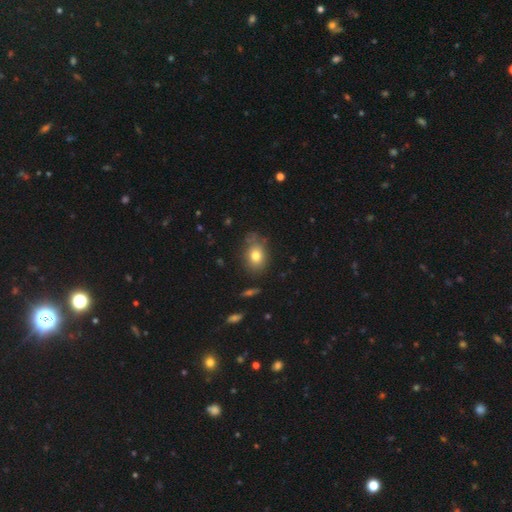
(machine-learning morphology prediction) smooth-or-featured: smooth: 77% | featured or disk: 13% | star or artifact: 10%
  how-rounded: in between: 65% | round: 34% | cigar-shaped: 1%
  merging: none: 72% | minor disturbance: 20% | major disturbance: 5% | merger: 3%